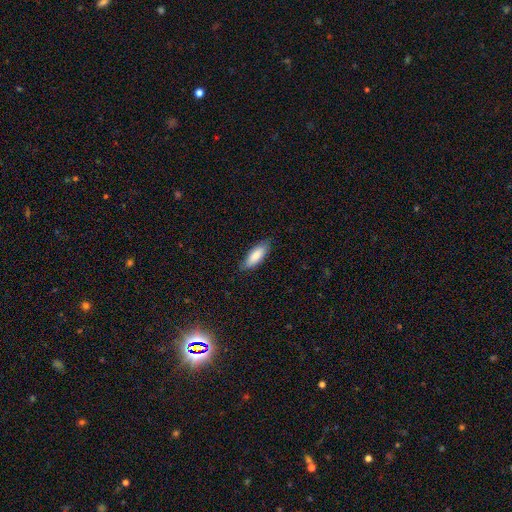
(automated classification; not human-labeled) smooth-or-featured: smooth: 85% | featured or disk: 10% | star or artifact: 5%
  how-rounded: in between: 66% | cigar-shaped: 32% | round: 2%
  merging: none: 83% | minor disturbance: 13% | major disturbance: 2% | merger: 1%